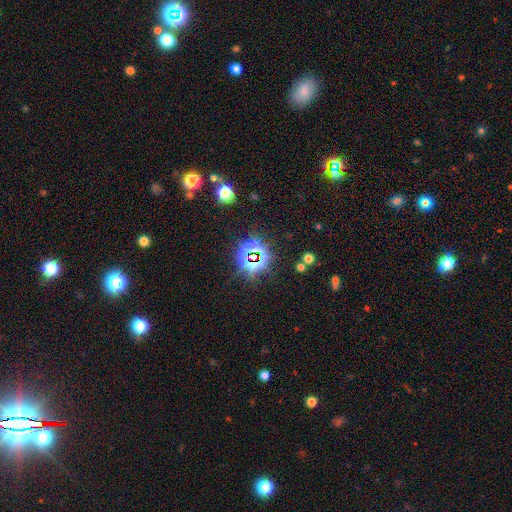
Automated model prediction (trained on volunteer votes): Morphology: type=star or artifact (79%).